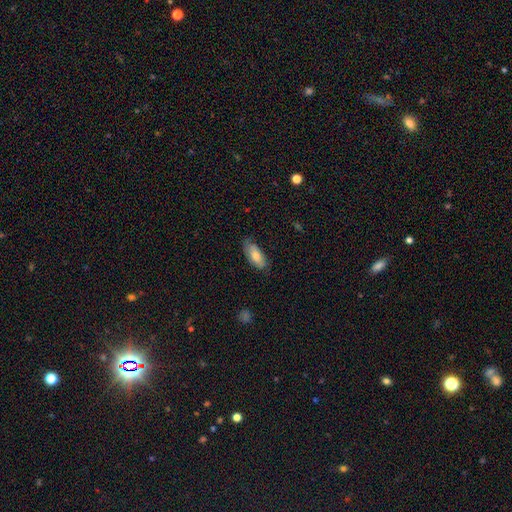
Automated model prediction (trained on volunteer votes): A smooth galaxy with no disk features (74%) that is in between round and cigar-shaped (82%).

Vote fractions:
- Smooth or featured? smooth: 74% / featured or disk: 20% / star or artifact: 6%
- How rounded? in between: 82% / cigar-shaped: 16% / round: 2%
- Merging? none: 72% / minor disturbance: 22% / major disturbance: 4% / merger: 1%